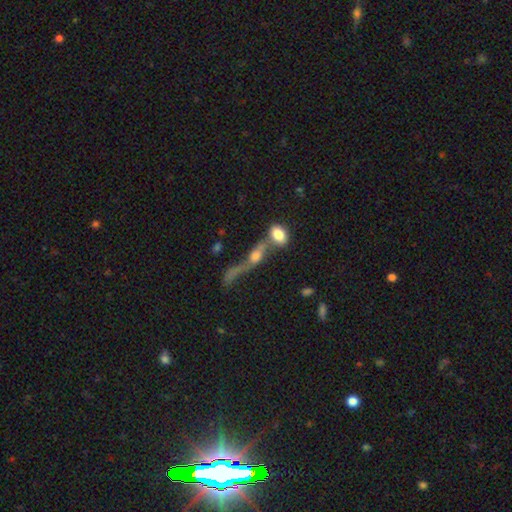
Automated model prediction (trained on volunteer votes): The model was most divided on "smooth or featured": smooth: 51%, featured or disk: 35%, star or artifact: 14%. More confident: how rounded — in between (53%); merging — merger (51%).